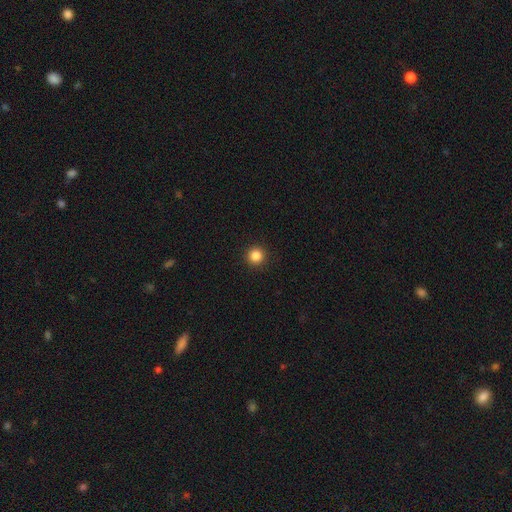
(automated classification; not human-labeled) A smooth galaxy with no disk features (85%) that is round (96%). Merging: none (93%).